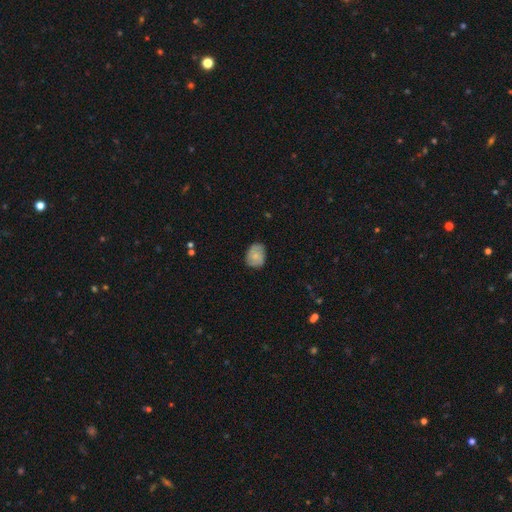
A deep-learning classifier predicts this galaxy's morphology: Q: Smooth or featured?
A: smooth (54%); runner-up: featured or disk (39%)
Q: How rounded?
A: round (50%); runner-up: in between (49%)
Q: Merging?
A: none (74%); runner-up: minor disturbance (20%)